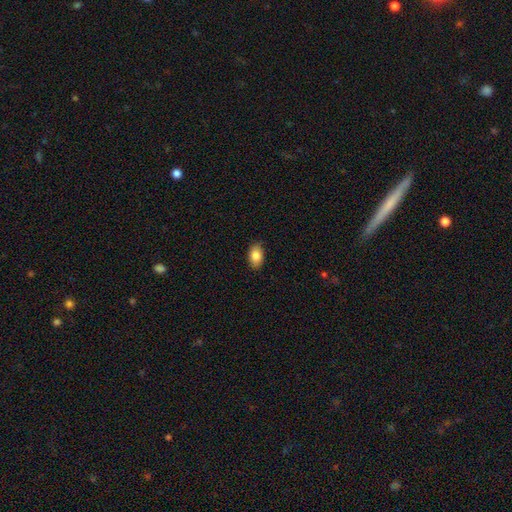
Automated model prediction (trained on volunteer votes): A smooth galaxy with no disk features (85%) that is in between round and cigar-shaped (88%).

Vote fractions:
- Smooth or featured? smooth: 85% / featured or disk: 8% / star or artifact: 7%
- How rounded? in between: 88% / round: 10% / cigar-shaped: 2%
- Merging? none: 87% / minor disturbance: 10% / major disturbance: 2% / merger: 1%